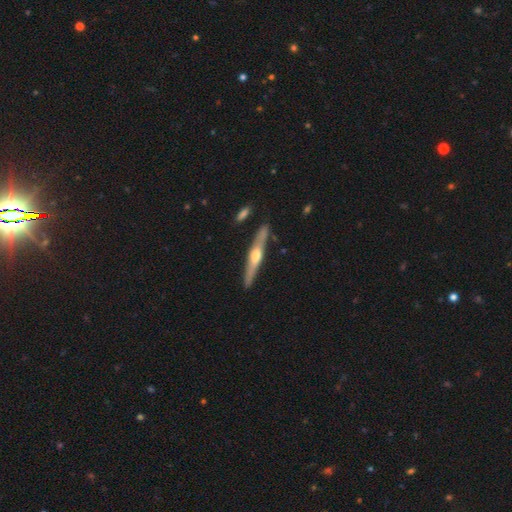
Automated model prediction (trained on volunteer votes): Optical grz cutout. It shows a featured or disk galaxy (71%) viewed edge-on (97%) with a rounded central bulge (91%). Merging: none (87%).